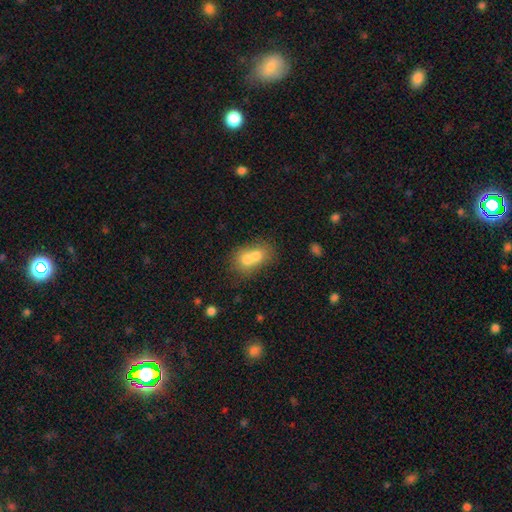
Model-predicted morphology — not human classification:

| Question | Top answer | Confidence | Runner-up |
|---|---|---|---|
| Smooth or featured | smooth | 68% | featured or disk (23%) |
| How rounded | round | 53% | in between (45%) |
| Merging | merger | 73% | none (18%) |